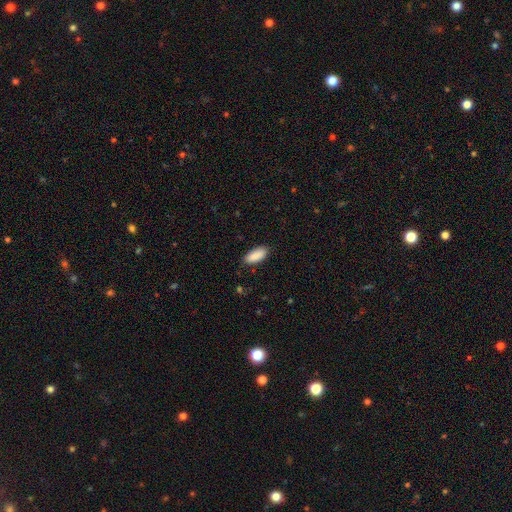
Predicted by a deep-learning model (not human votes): Overall: smooth (91%). How rounded: in between (87%). Merging: none (87%).